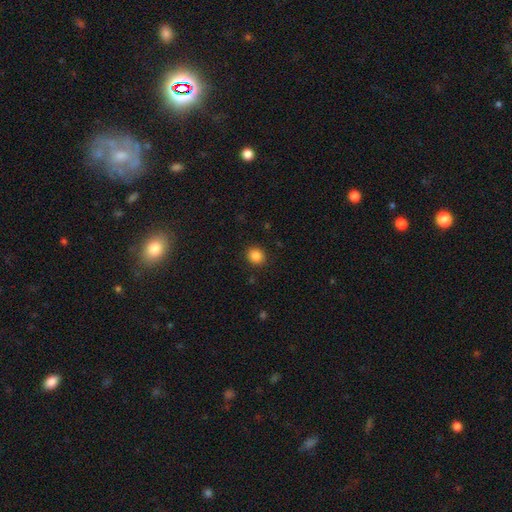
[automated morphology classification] This appears to be a smooth galaxy with no disk features (86%) that is round (84%). Merging: none (91%).